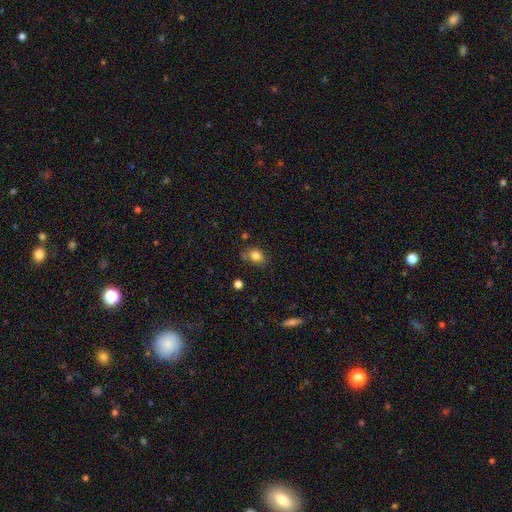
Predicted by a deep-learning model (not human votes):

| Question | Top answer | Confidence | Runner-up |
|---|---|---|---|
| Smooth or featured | smooth | 82% | star or artifact (11%) |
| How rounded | in between | 56% | round (43%) |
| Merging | none | 64% | minor disturbance (22%) |